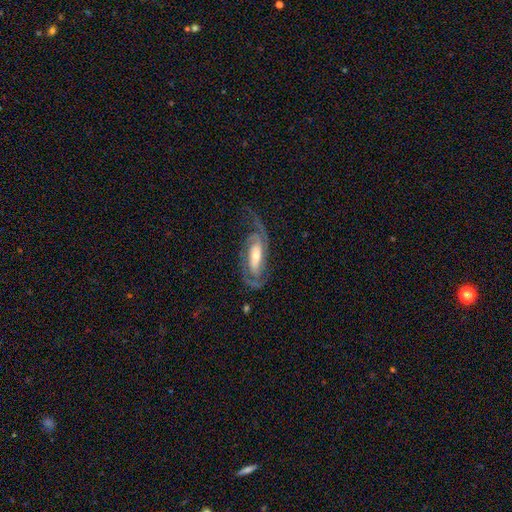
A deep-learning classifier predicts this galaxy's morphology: type=featured or disk (86%); edge-on=no (92%); bar=no (38%); spiral arms=yes (97%); winding=medium (44%); arm count=2 (81%); bulge=moderate (51%); merging=none (69%).